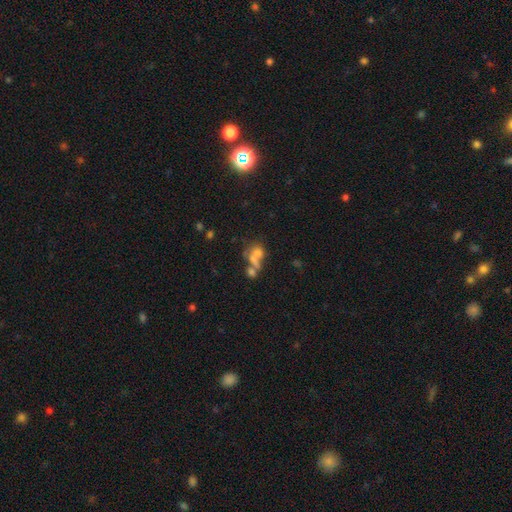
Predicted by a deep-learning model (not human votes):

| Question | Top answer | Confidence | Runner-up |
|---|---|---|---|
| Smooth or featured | smooth | 54% | featured or disk (29%) |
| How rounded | in between | 55% | round (41%) |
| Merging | merger | 53% | none (23%) |